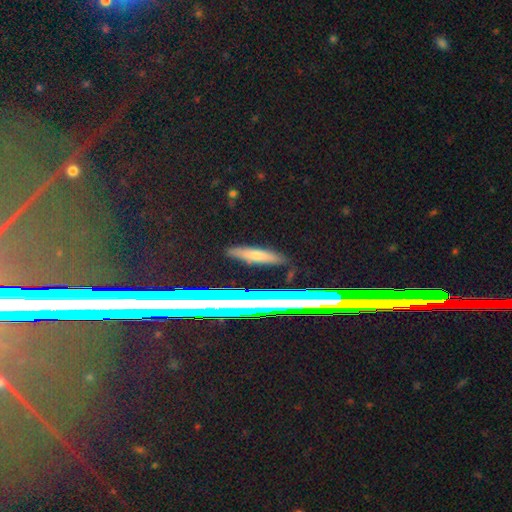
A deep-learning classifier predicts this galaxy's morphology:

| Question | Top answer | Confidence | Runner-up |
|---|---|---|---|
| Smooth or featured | star or artifact | 68% | featured or disk (18%) |